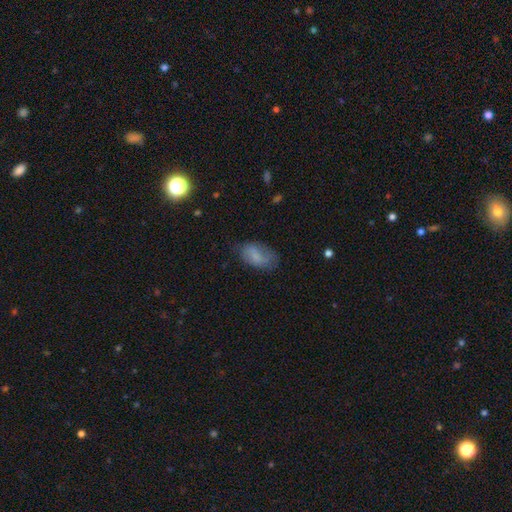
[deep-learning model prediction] A smooth galaxy with no disk features (71%) that is in between round and cigar-shaped (93%). Merging: none (62%).